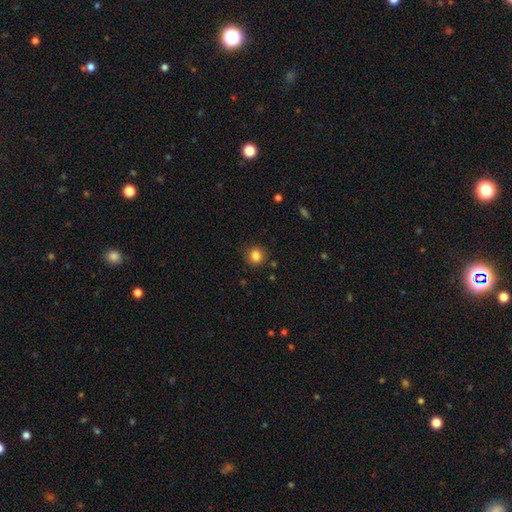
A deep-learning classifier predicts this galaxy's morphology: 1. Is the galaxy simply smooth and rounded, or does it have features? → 84% smooth, 11% star or artifact, 5% featured or disk.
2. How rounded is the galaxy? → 86% round, 13% in between, 1% cigar-shaped.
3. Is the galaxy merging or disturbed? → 89% none, 8% minor disturbance, 2% major disturbance, 2% merger.